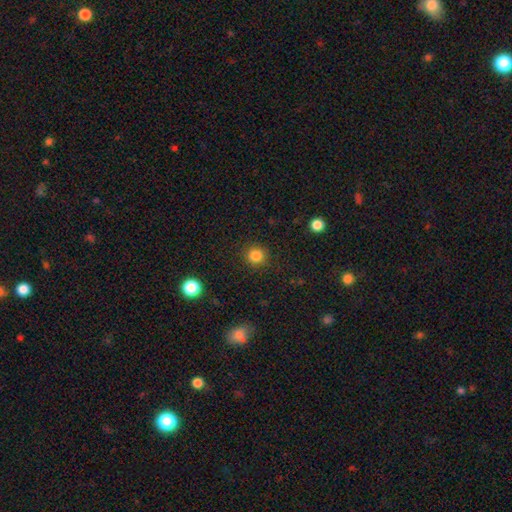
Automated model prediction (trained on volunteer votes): A smooth galaxy with no disk features (84%) that is round (93%). Merging: none (90%).